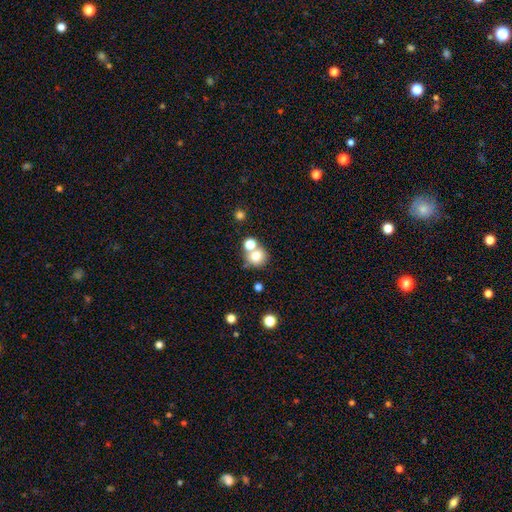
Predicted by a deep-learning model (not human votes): Q: Smooth or featured?
A: smooth (76%); runner-up: star or artifact (13%)
Q: How rounded?
A: round (83%); runner-up: in between (16%)
Q: Merging?
A: none (55%); runner-up: merger (33%)